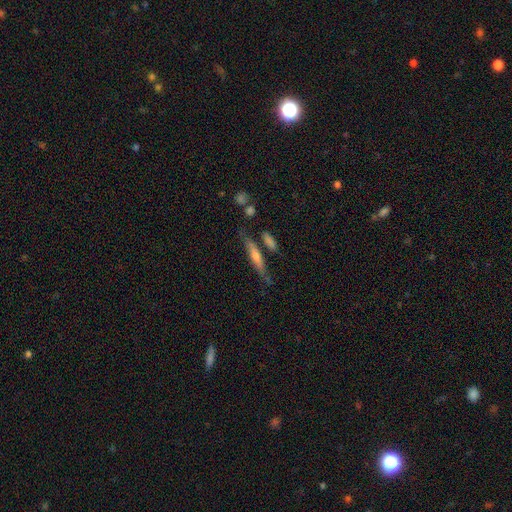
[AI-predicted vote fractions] Smooth or featured? Predicted: featured or disk (p=0.53). Edge-on disk? Predicted: yes (p=0.91). Merging? Predicted: none (p=0.75).